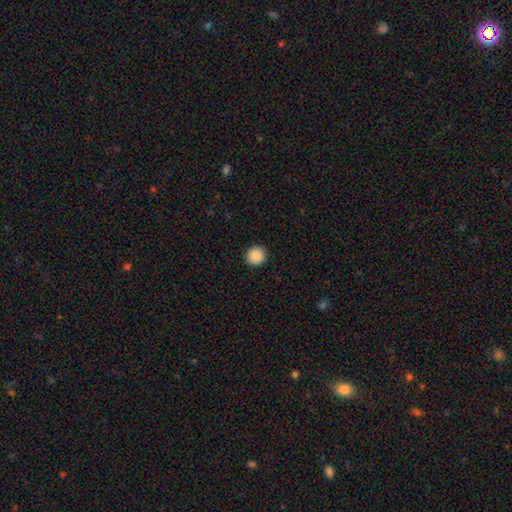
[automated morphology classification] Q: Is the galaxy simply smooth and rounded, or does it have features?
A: smooth — 89%.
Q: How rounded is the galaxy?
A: round — 94%.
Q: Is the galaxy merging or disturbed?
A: none — 93%.